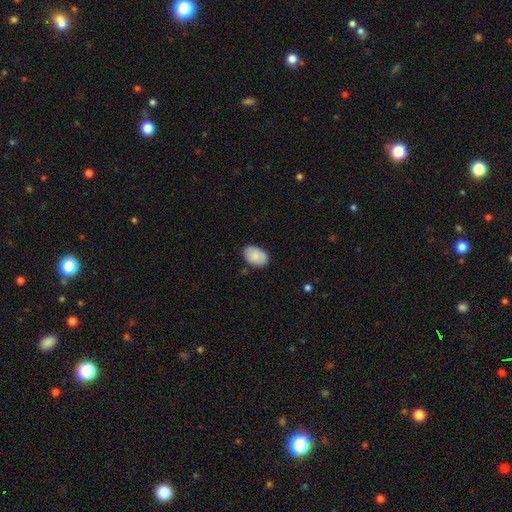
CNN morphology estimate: Q: Smooth or featured?
A: smooth (84%); runner-up: featured or disk (9%)
Q: How rounded?
A: in between (86%); runner-up: round (13%)
Q: Merging?
A: none (82%); runner-up: minor disturbance (14%)